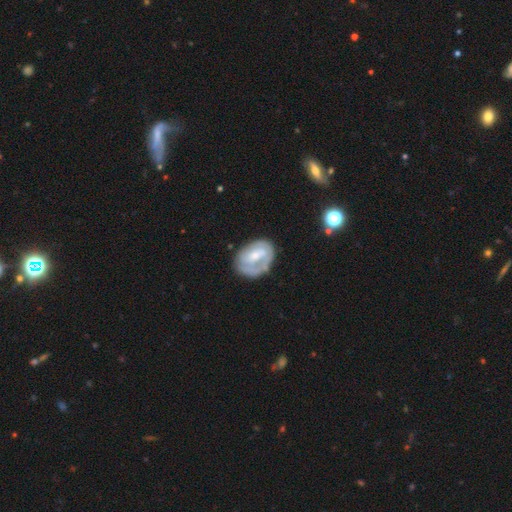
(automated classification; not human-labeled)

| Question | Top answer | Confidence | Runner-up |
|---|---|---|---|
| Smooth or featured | featured or disk | 56% | smooth (37%) |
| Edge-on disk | no | 96% | yes (4%) |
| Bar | no | 48% | weak (39%) |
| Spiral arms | yes | 55% | no (45%) |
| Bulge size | small | 47% | moderate (39%) |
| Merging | none | 55% | minor disturbance (26%) |